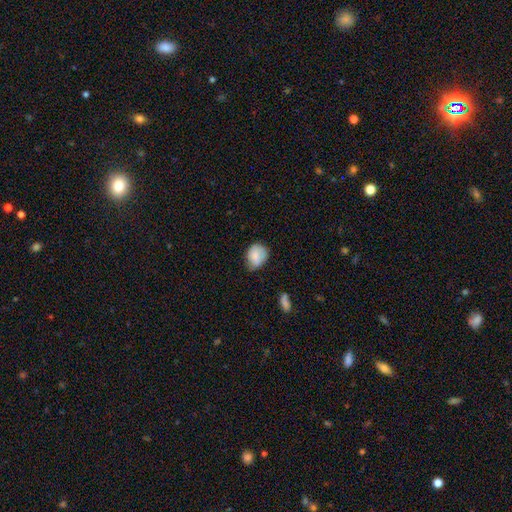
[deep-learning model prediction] Morphology: type=smooth (79%); roundness=in between (52%); merging=none (53%).